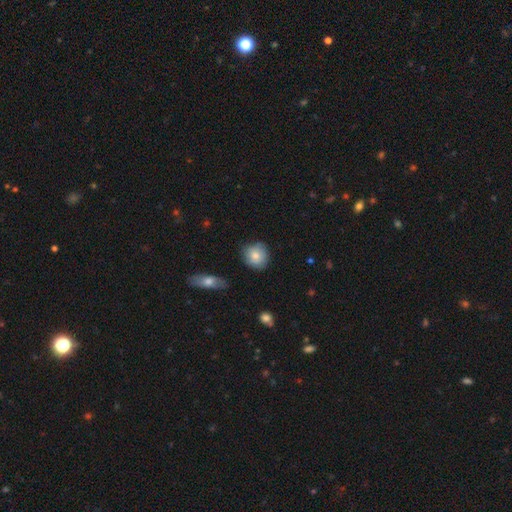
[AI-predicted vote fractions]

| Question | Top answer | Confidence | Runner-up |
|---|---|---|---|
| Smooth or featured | smooth | 77% | featured or disk (16%) |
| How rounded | round | 82% | in between (16%) |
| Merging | none | 77% | minor disturbance (18%) |